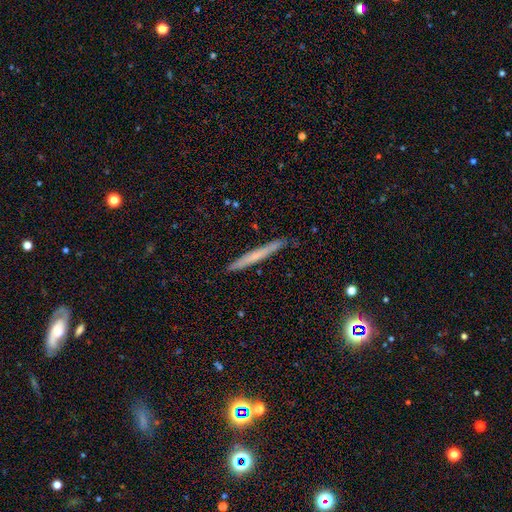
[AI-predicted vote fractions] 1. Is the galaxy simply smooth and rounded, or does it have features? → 55% smooth, 38% featured or disk, 7% star or artifact.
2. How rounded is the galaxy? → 97% cigar-shaped, 2% in between, 1% round.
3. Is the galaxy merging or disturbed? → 89% none, 8% minor disturbance, 1% major disturbance, 1% merger.